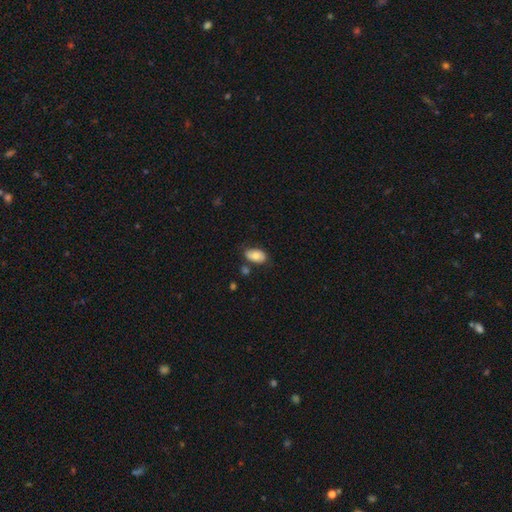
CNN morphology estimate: Smooth or featured?
  - smooth: 75% *
  - featured or disk: 18%
  - star or artifact: 7%
How rounded?
  - in between: 92% *
  - round: 7%
  - cigar-shaped: 2%
Merging?
  - none: 70% *
  - minor disturbance: 20%
  - merger: 6%
  - major disturbance: 5%